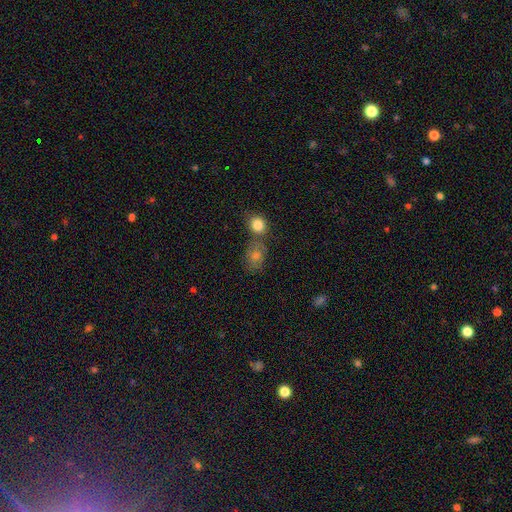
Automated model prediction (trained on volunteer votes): The model was most divided on "how rounded": in between: 50%, round: 48%, cigar-shaped: 2%. More confident: smooth or featured — smooth (66%); merging — none (53%).